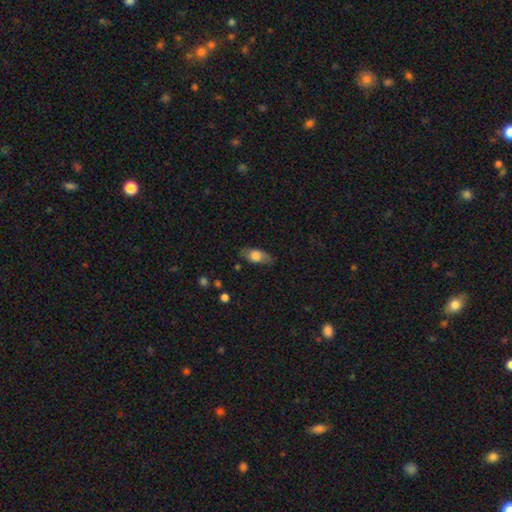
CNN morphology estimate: smooth_or_featured: smooth (p=0.68) [alt: featured or disk p=0.25]
how_rounded: in between (p=0.84) [alt: cigar-shaped p=0.10]
merging: none (p=0.69) [alt: minor disturbance p=0.23]